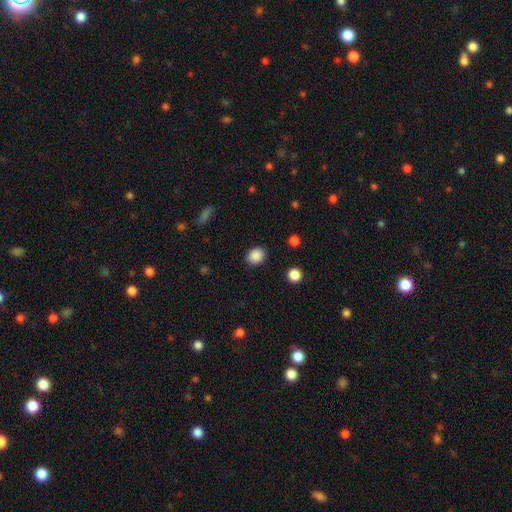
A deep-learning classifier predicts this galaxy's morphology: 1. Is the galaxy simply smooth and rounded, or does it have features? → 88% smooth, 9% star or artifact, 3% featured or disk.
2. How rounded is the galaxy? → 52% in between, 47% round, 1% cigar-shaped.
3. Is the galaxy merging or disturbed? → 87% none, 9% minor disturbance, 3% major disturbance, 1% merger.